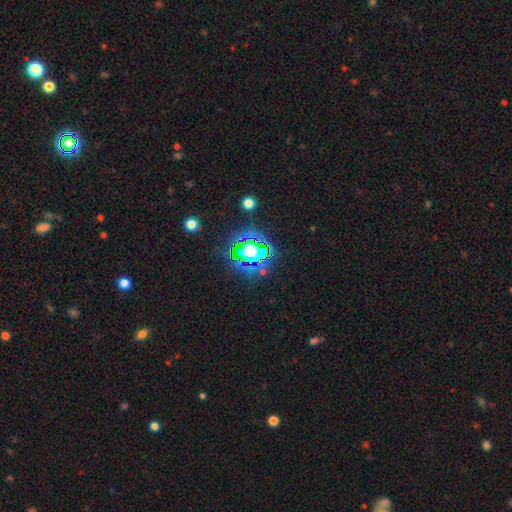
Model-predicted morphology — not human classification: type=star or artifact (62%).